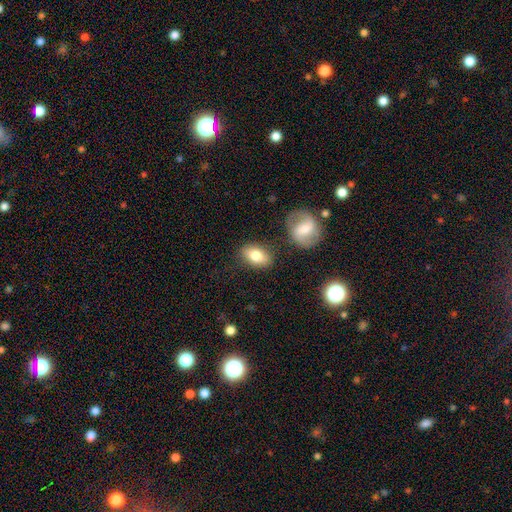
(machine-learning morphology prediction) smooth-or-featured: smooth: 76% | featured or disk: 17% | star or artifact: 7%
  how-rounded: in between: 84% | round: 13% | cigar-shaped: 2%
  merging: none: 78% | minor disturbance: 13% | merger: 6% | major disturbance: 3%